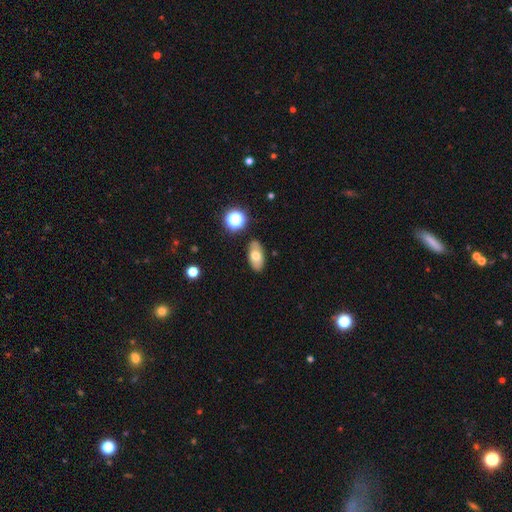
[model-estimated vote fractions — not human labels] Smooth or featured: smooth — 67% (featured or disk — 24%)
How rounded: in between — 90% (round — 6%)
Merging: none — 85% (minor disturbance — 11%)